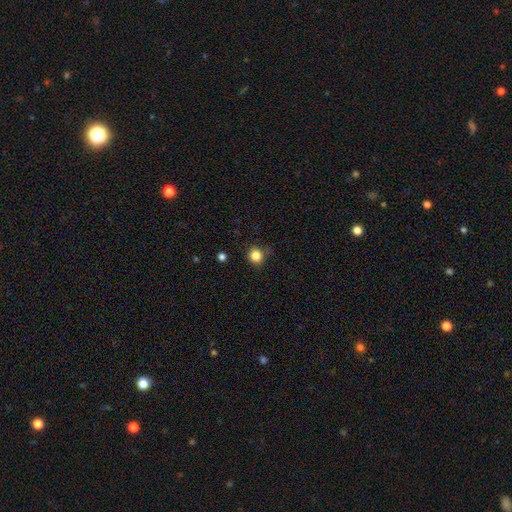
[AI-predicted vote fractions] Smooth or featured?
  - smooth: 84% *
  - star or artifact: 12%
  - featured or disk: 4%
How rounded?
  - round: 92% *
  - in between: 7%
  - cigar-shaped: 1%
Merging?
  - none: 83% *
  - minor disturbance: 12%
  - major disturbance: 3%
  - merger: 2%